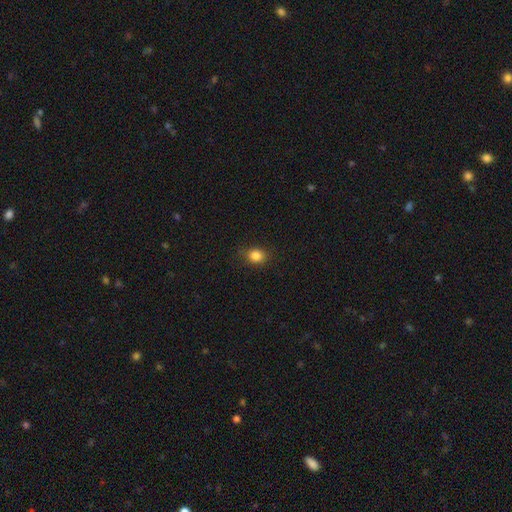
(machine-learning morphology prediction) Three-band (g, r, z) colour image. It shows a smooth galaxy with no disk features (84%) that is round (66%). Merging: none (81%).